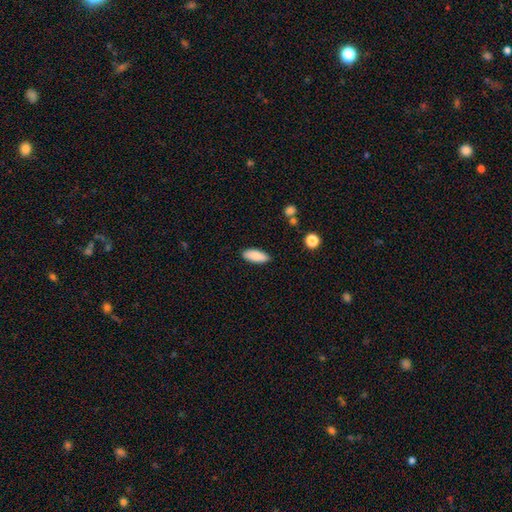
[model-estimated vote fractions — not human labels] This appears to be a smooth galaxy with no disk features (87%) that is in between round and cigar-shaped (80%). Merging: none (87%).